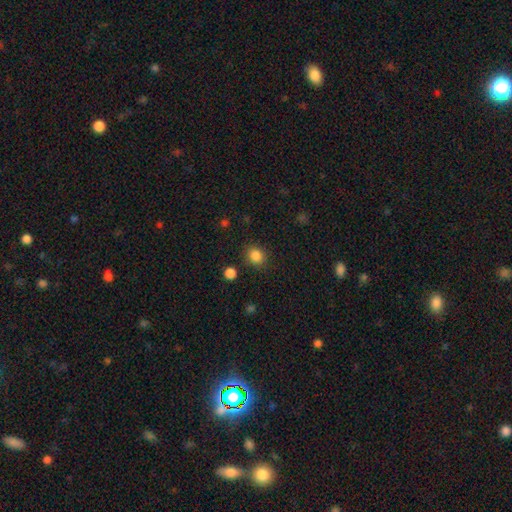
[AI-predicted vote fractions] The model was most divided on "how rounded": round: 73%, in between: 26%, cigar-shaped: 1%. More confident: smooth or featured — smooth (85%); merging — none (85%).